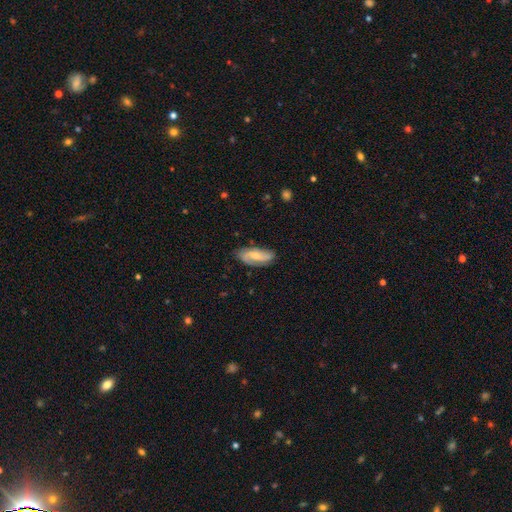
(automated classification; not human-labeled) featured or disk 60%, smooth 34%, star or artifact 6%. Down the decision tree: edge-on disk — no (91%); bar — no (49%); spiral arms — yes (90%); bulge size — moderate (47%); merging — none (75%).